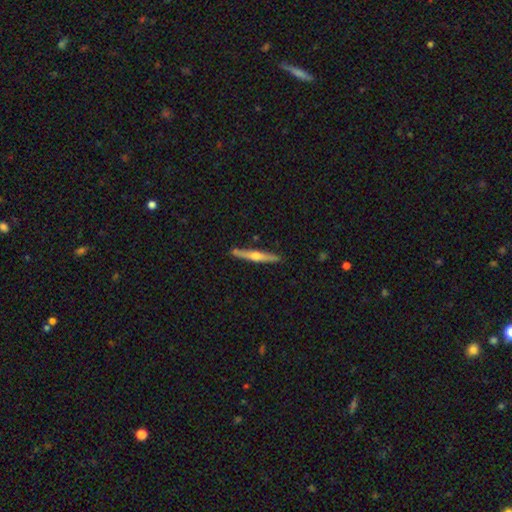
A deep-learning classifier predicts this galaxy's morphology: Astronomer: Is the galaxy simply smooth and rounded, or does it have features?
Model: featured or disk — 65%.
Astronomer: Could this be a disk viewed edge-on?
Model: yes — 97%.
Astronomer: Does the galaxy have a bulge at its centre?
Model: rounded — 91%.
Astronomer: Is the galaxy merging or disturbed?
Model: none — 88%.